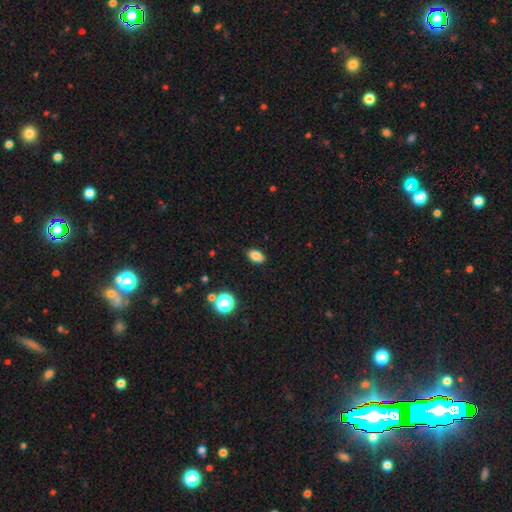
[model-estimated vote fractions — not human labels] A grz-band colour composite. It shows a smooth galaxy with no disk features (83%) that is in between round and cigar-shaped (87%). Merging: none (88%).